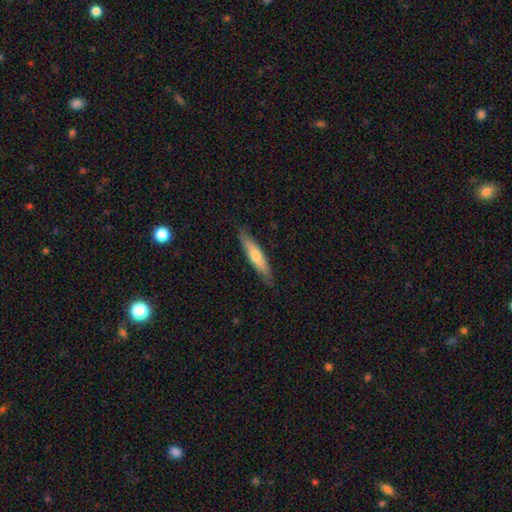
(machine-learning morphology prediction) Smooth or featured? smooth (54%)
How rounded? cigar-shaped (84%)
Merging? none (86%)